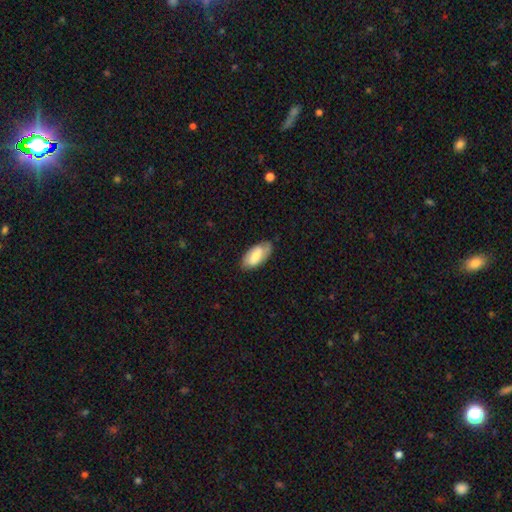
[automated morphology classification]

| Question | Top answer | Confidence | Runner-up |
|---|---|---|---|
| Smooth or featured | smooth | 71% | featured or disk (23%) |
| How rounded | in between | 92% | cigar-shaped (6%) |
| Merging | none | 78% | minor disturbance (18%) |